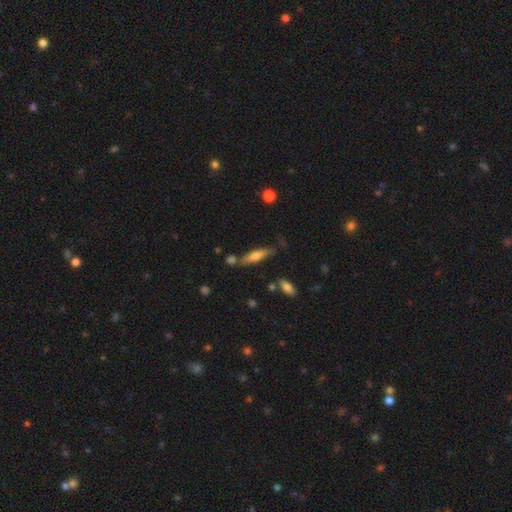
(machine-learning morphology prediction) The model was most divided on "smooth or featured": smooth: 58%, featured or disk: 35%, star or artifact: 7%. More confident: how rounded — cigar-shaped (74%); merging — none (67%).